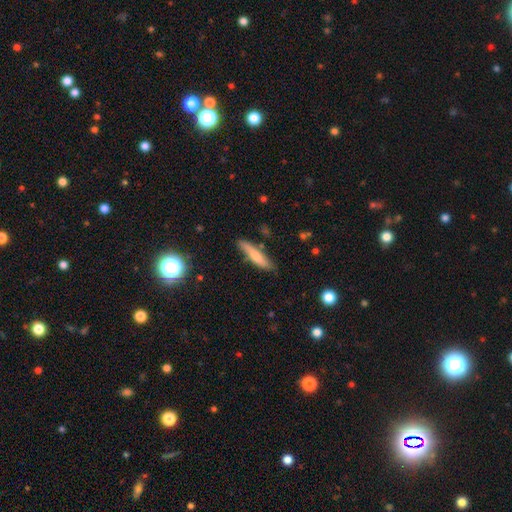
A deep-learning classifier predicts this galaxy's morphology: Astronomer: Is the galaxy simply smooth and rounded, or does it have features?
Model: smooth — 66%.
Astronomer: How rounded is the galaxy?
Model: cigar-shaped — 84%.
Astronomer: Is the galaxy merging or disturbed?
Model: none — 78%.